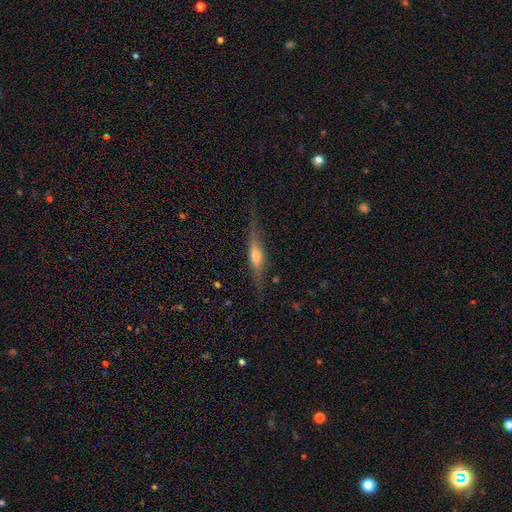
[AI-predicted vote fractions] The model was most divided on "smooth or featured": featured or disk: 71%, smooth: 21%, star or artifact: 7%. More confident: edge-on disk — yes (95%); edge-on bulge — rounded (81%); merging — none (80%).